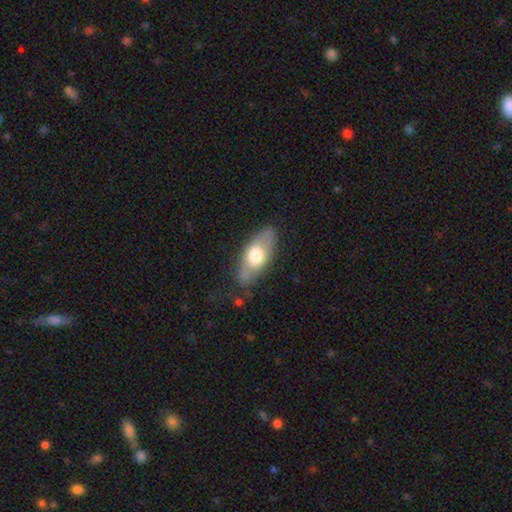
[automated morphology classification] smooth 57%, featured or disk 37%, star or artifact 6%. Down the decision tree: how rounded — in between (83%); merging — none (74%).